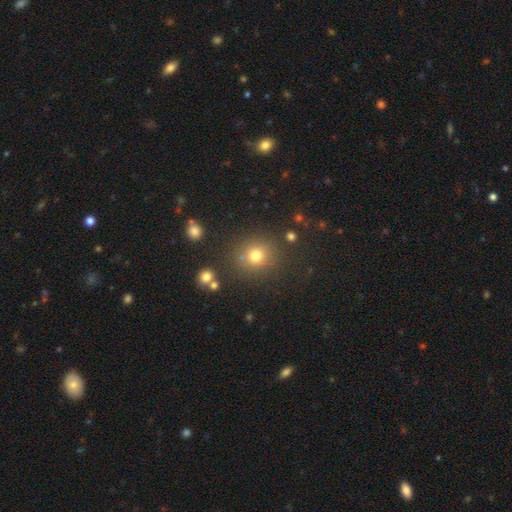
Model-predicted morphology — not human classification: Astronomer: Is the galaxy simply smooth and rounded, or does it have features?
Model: smooth — 76%.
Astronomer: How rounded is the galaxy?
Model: round — 86%.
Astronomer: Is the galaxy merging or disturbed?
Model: none — 82%.